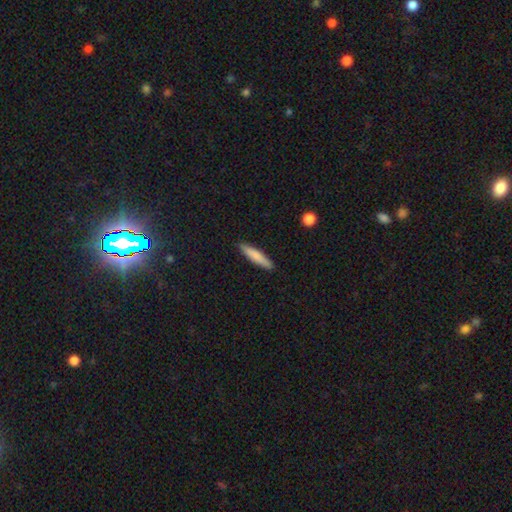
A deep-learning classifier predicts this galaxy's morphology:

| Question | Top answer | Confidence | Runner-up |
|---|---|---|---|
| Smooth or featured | smooth | 77% | featured or disk (18%) |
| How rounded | cigar-shaped | 89% | in between (10%) |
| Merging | none | 90% | minor disturbance (8%) |